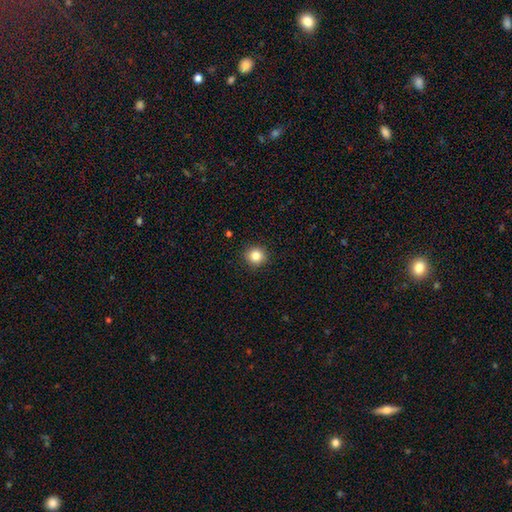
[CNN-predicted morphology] smooth-or-featured: smooth: 84% | star or artifact: 11% | featured or disk: 5%
  how-rounded: round: 91% | in between: 8% | cigar-shaped: 1%
  merging: none: 92% | minor disturbance: 5% | major disturbance: 2% | merger: 1%